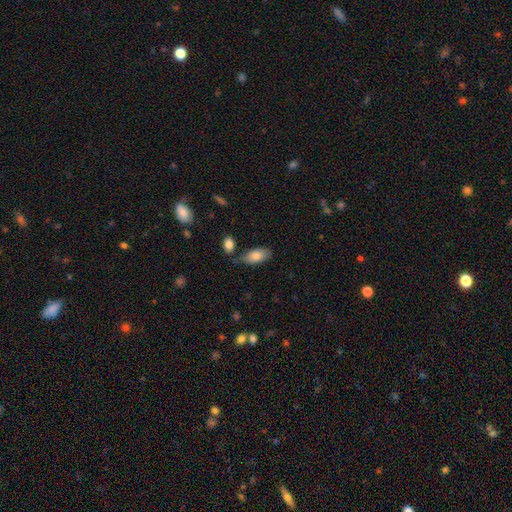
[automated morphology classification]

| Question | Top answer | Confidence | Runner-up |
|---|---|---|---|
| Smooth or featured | smooth | 80% | featured or disk (13%) |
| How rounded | in between | 91% | cigar-shaped (7%) |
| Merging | none | 70% | minor disturbance (18%) |